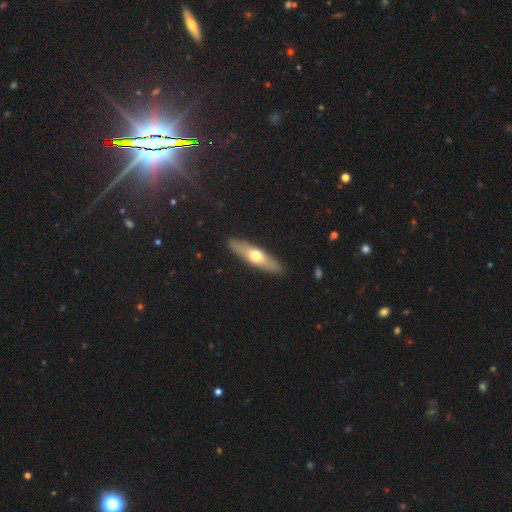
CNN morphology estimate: Smooth or featured? Predicted: smooth (p=0.50). How rounded? Predicted: cigar-shaped (p=0.73). Merging? Predicted: none (p=0.90).